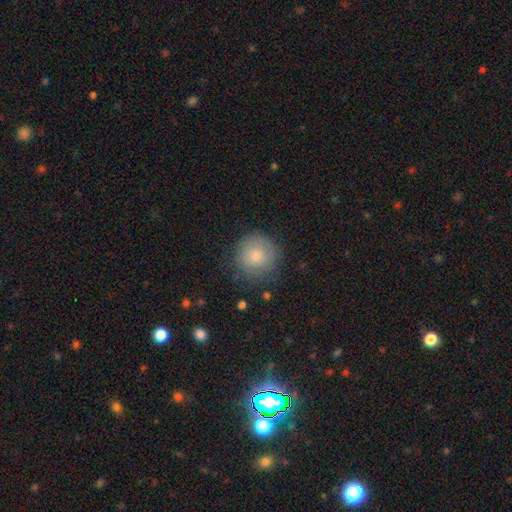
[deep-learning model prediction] Q: Smooth or featured?
A: smooth (77%); runner-up: featured or disk (15%)
Q: How rounded?
A: round (94%); runner-up: in between (5%)
Q: Merging?
A: none (79%); runner-up: minor disturbance (15%)